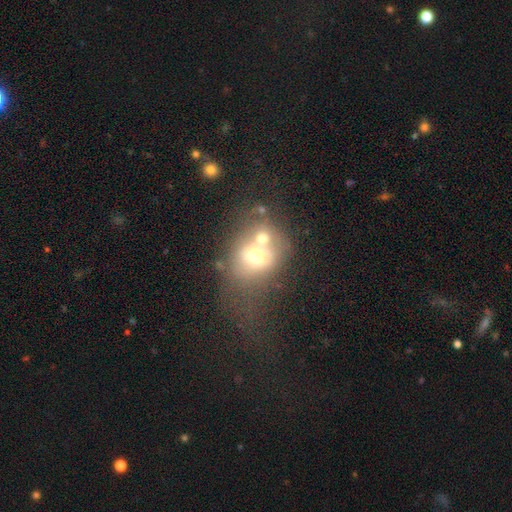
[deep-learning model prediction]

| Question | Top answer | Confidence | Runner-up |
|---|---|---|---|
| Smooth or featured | smooth | 57% | featured or disk (30%) |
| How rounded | round | 52% | in between (46%) |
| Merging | merger | 52% | none (24%) |